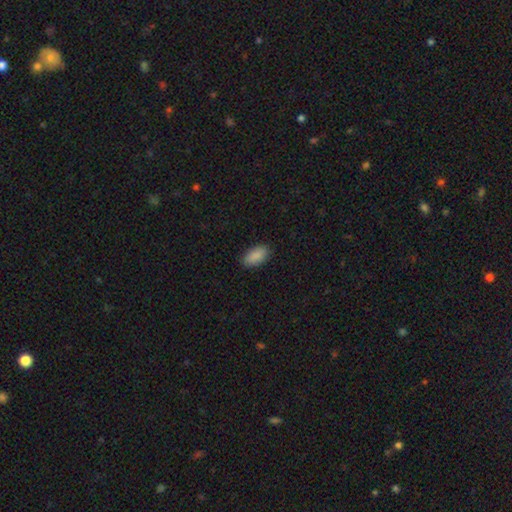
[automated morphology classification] smooth-or-featured: smooth: 90% | star or artifact: 6% | featured or disk: 4%
  how-rounded: in between: 93% | cigar-shaped: 4% | round: 2%
  merging: none: 88% | minor disturbance: 9% | major disturbance: 2% | merger: 1%